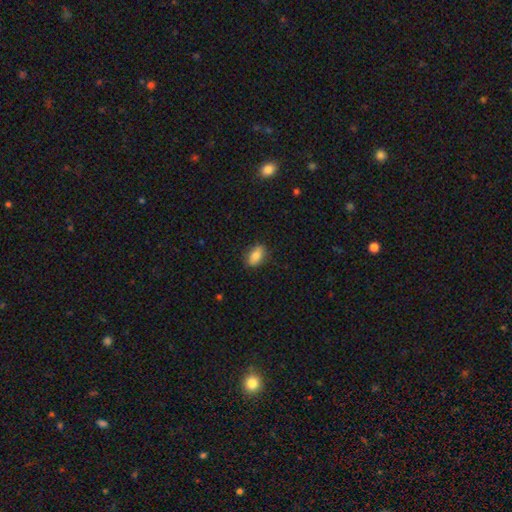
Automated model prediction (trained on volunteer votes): This is clearly a smooth galaxy (82%). How rounded: clearly in between (87%). Merging: clearly none (82%).